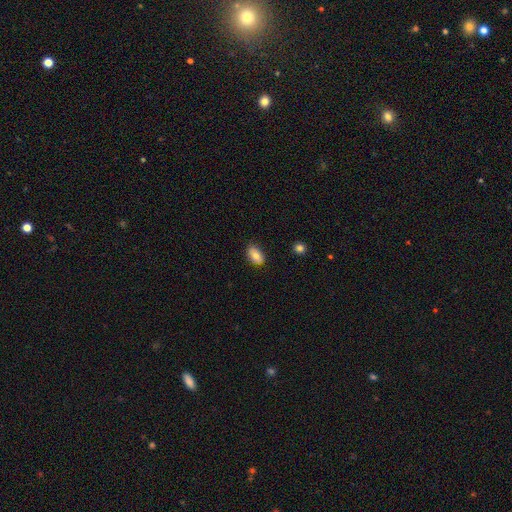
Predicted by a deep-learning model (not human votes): Morphology: type=smooth (80%); roundness=in between (91%); merging=none (82%).